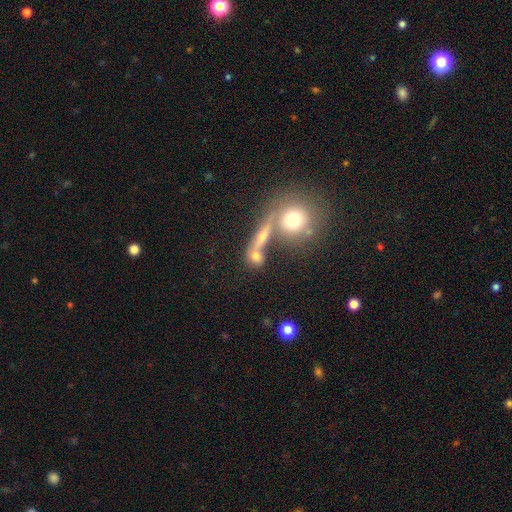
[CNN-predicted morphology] smooth 63%, featured or disk 22%, star or artifact 15%. Down the decision tree: how rounded — round (56%); merging — none (50%).